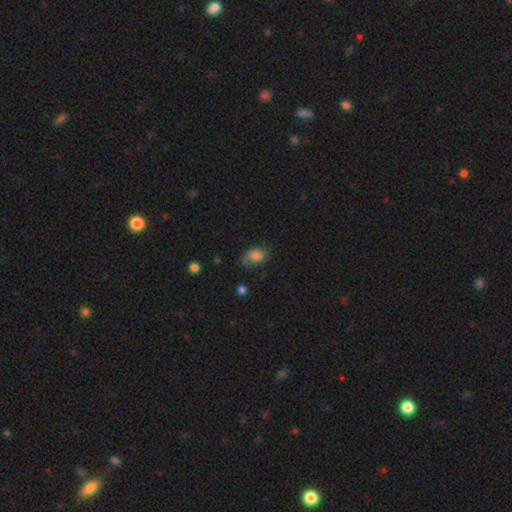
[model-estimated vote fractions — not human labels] A smooth galaxy with no disk features (69%) that is in between round and cigar-shaped (77%).

Vote fractions:
- Smooth or featured? smooth: 69% / featured or disk: 21% / star or artifact: 10%
- How rounded? in between: 77% / round: 22% / cigar-shaped: 1%
- Merging? none: 50% / minor disturbance: 30% / major disturbance: 17% / merger: 3%